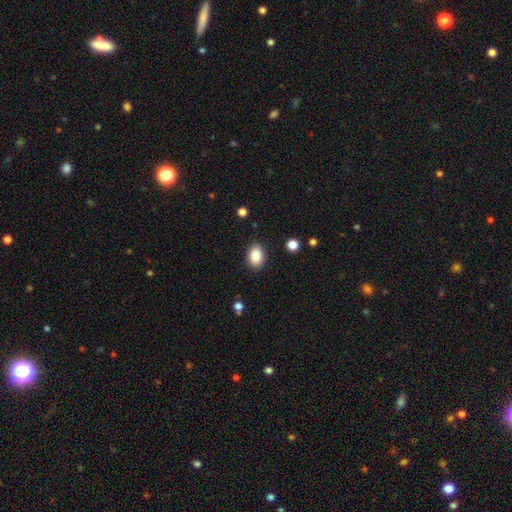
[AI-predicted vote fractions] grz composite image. It shows a smooth galaxy with no disk features (89%) that is in between round and cigar-shaped (81%). Merging: none (88%).